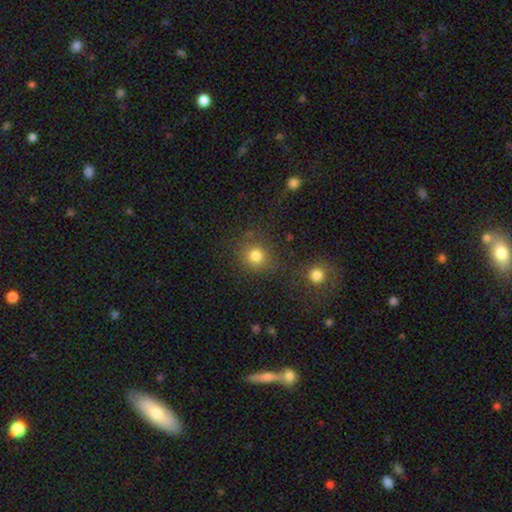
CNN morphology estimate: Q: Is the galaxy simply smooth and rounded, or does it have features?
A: smooth — 79%.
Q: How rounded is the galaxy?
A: round — 87%.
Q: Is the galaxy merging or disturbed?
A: none — 78%.